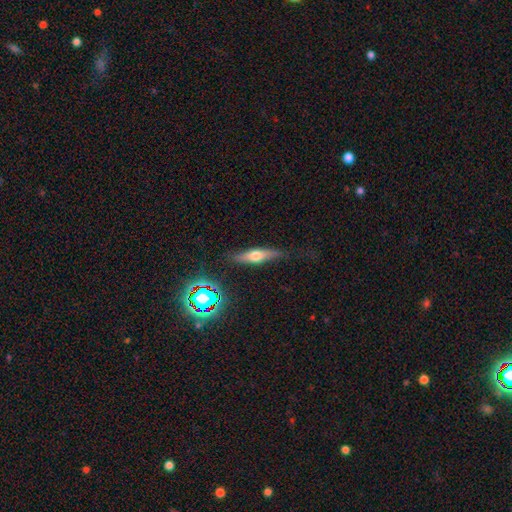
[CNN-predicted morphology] The model was most divided on "smooth or featured": featured or disk: 48%, smooth: 43%, star or artifact: 9%. More confident: merging — none (81%).